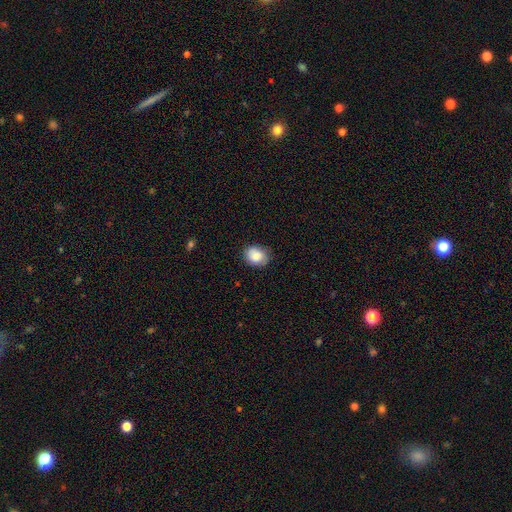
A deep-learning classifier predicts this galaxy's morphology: Smooth or featured? Predicted: smooth (p=0.85). How rounded? Predicted: round (p=0.53). Merging? Predicted: none (p=0.77).